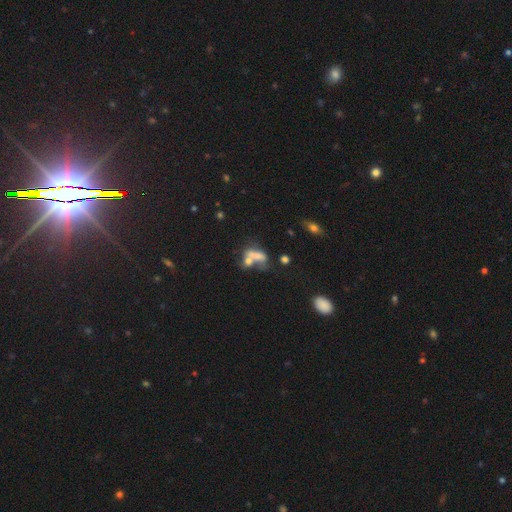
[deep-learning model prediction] smooth 60%, featured or disk 26%, star or artifact 14%. Down the decision tree: how rounded — in between (66%); merging — merger (52%).